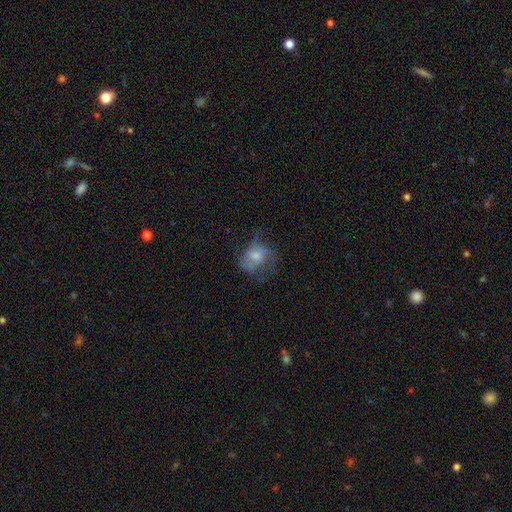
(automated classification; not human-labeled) smooth_or_featured: featured or disk (p=0.53) [alt: smooth p=0.34]
disk_edge_on: no (p=0.97) [alt: yes p=0.03]
bar: no (p=0.68) [alt: weak p=0.27]
has_spiral_arms: yes (p=0.66) [alt: no p=0.34]
bulge_size: moderate (p=0.49) [alt: small p=0.37]
merging: none (p=0.47) [alt: major disturbance p=0.28]